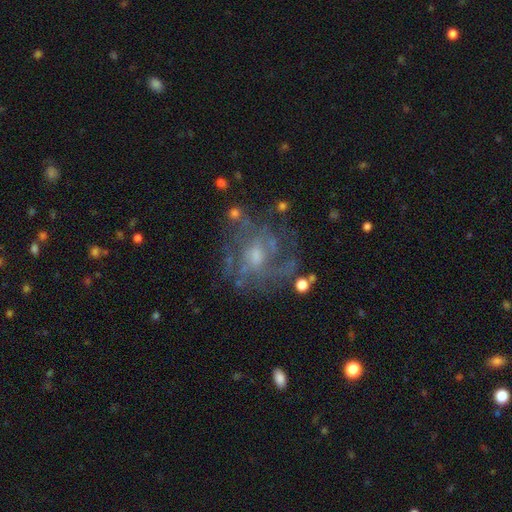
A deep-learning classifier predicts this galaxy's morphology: Smooth or featured?
  - featured or disk: 73% *
  - smooth: 16%
  - star or artifact: 11%
Edge-on disk?
  - no: 97% *
  - yes: 3%
Bar?
  - no: 61% *
  - weak: 34%
  - strong: 5%
Spiral arms?
  - yes: 69% *
  - no: 31%
Bulge size?
  - small: 43% *
  - moderate: 42%
  - none: 10%
  - large: 4%
  - dominant: 1%
Merging?
  - none: 60% *
  - major disturbance: 18%
  - minor disturbance: 18%
  - merger: 4%